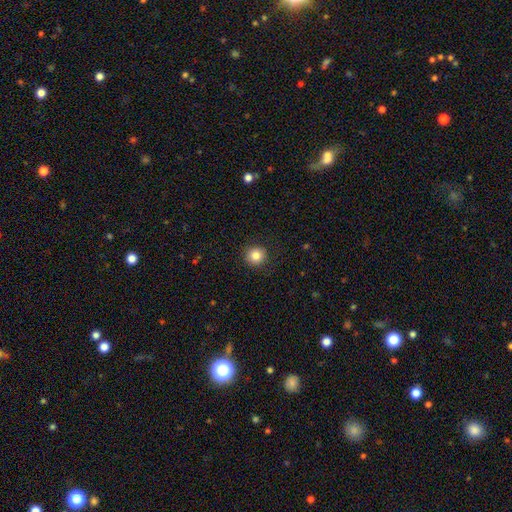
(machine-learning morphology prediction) A smooth galaxy with no disk features (84%) that is round (93%).

Vote fractions:
- Smooth or featured? smooth: 84% / star or artifact: 11% / featured or disk: 6%
- How rounded? round: 93% / in between: 6% / cigar-shaped: 1%
- Merging? none: 91% / minor disturbance: 6% / major disturbance: 2% / merger: 1%